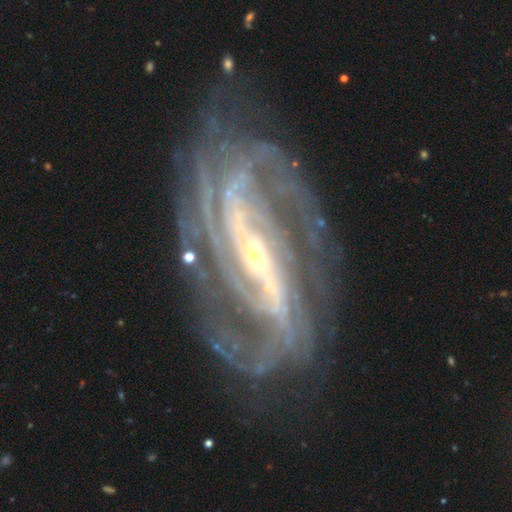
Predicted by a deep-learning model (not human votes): Smooth or featured? featured or disk (93%)
Edge-on disk? no (95%)
Bar? strong (59%)
Spiral arms? yes (98%)
Spiral winding? tight (48%)
Spiral arm count? 2 (36%)
Bulge size? small (68%)
Merging? none (73%)